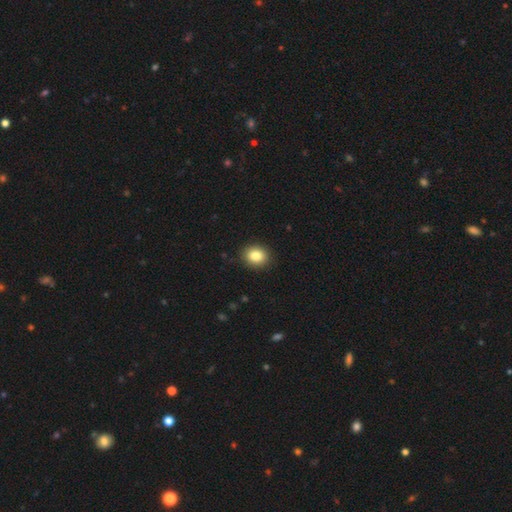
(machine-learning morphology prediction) The model was most divided on "how rounded": round: 67%, in between: 32%, cigar-shaped: 1%. More confident: merging — none (90%); smooth or featured — smooth (85%).